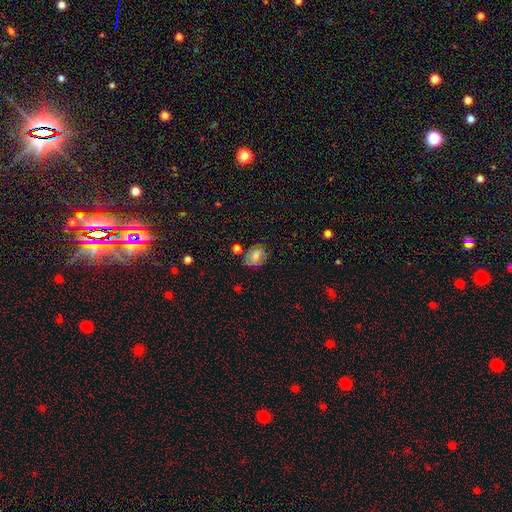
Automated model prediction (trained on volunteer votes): A smooth galaxy with no disk features (63%) that is in between round and cigar-shaped (69%).

Vote fractions:
- Smooth or featured? smooth: 63% / featured or disk: 22% / star or artifact: 15%
- How rounded? in between: 69% / round: 30% / cigar-shaped: 2%
- Merging? none: 69% / minor disturbance: 20% / major disturbance: 6% / merger: 5%